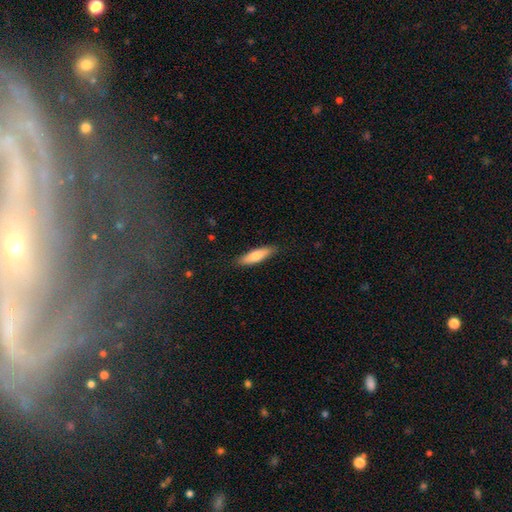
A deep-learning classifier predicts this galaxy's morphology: Smooth or featured? Predicted: smooth (p=0.70). How rounded? Predicted: cigar-shaped (p=0.59). Merging? Predicted: none (p=0.87).